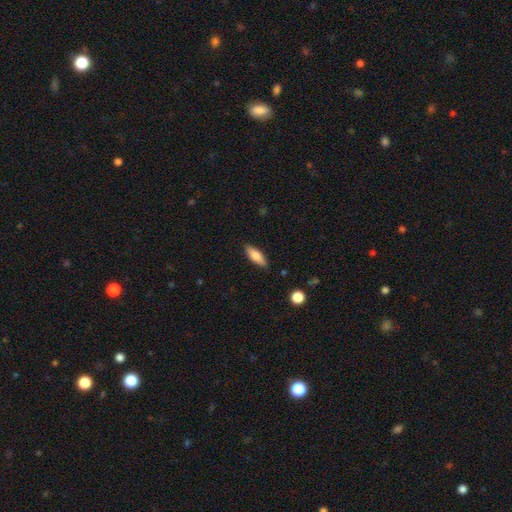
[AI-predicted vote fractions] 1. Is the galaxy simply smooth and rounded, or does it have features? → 73% smooth, 21% featured or disk, 7% star or artifact.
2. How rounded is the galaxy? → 63% in between, 35% cigar-shaped, 2% round.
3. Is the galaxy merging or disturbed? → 86% none, 11% minor disturbance, 2% major disturbance, 1% merger.